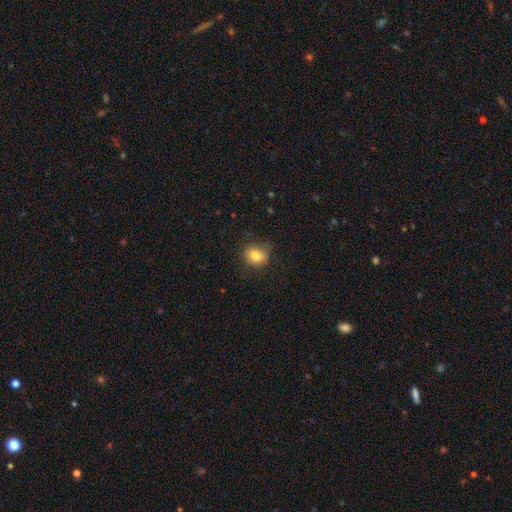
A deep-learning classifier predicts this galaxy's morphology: Smooth or featured? Predicted: smooth (p=0.81). How rounded? Predicted: round (p=0.55). Merging? Predicted: none (p=0.74).